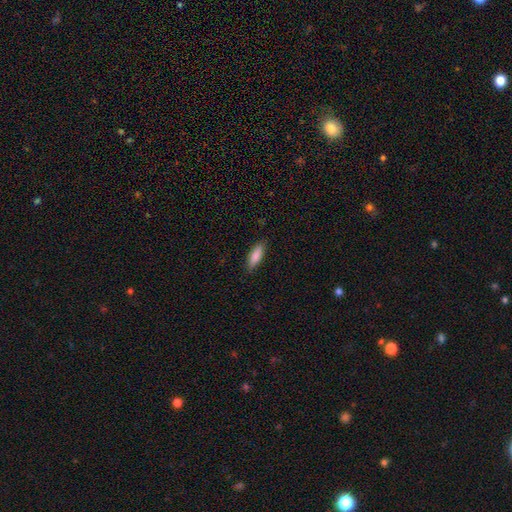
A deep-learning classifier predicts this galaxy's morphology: This is clearly a smooth galaxy (85%). How rounded: possibly in between (56%). Merging: clearly none (85%).